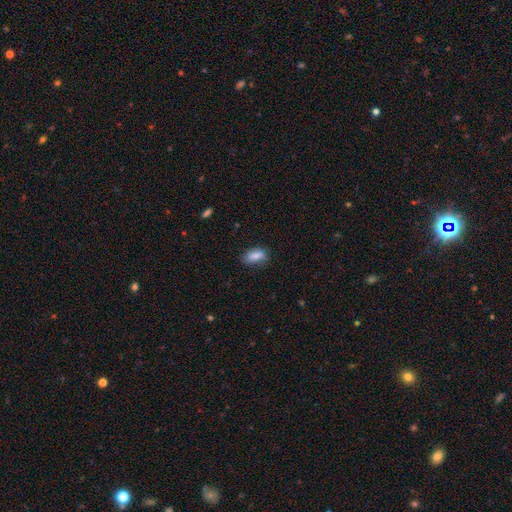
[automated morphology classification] smooth_or_featured: smooth (p=0.85) [alt: star or artifact p=0.08]
how_rounded: in between (p=0.84) [alt: cigar-shaped p=0.12]
merging: none (p=0.70) [alt: minor disturbance p=0.23]